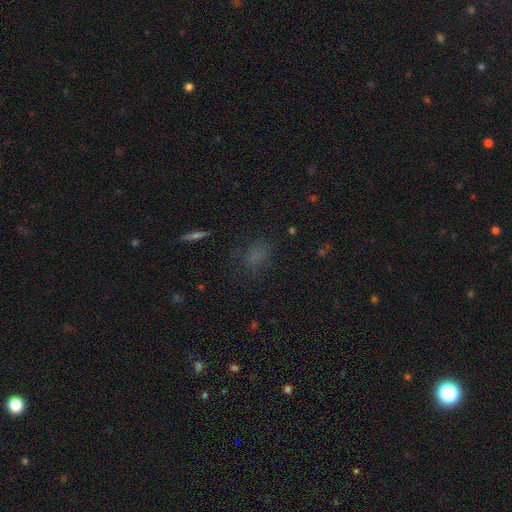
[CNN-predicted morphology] Overall: smooth (67%). How rounded: in between (70%). Merging: none (66%).